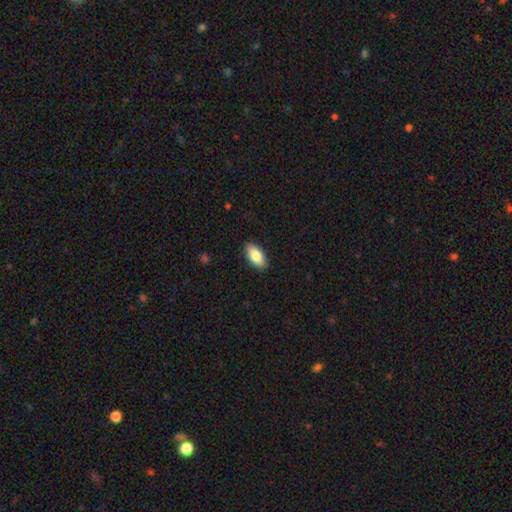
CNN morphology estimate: smooth_or_featured: smooth (p=0.83) [alt: featured or disk p=0.11]
how_rounded: in between (p=0.92) [alt: cigar-shaped p=0.05]
merging: none (p=0.89) [alt: minor disturbance p=0.08]